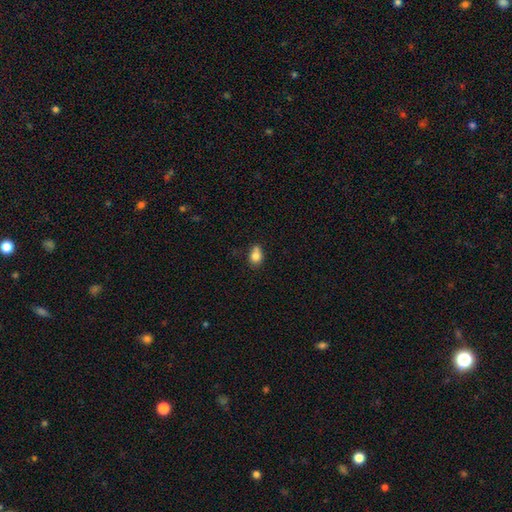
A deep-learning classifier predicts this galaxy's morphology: smooth_or_featured: smooth (p=0.81) [alt: star or artifact p=0.10]
how_rounded: in between (p=0.65) [alt: round p=0.34]
merging: none (p=0.53) [alt: minor disturbance p=0.30]